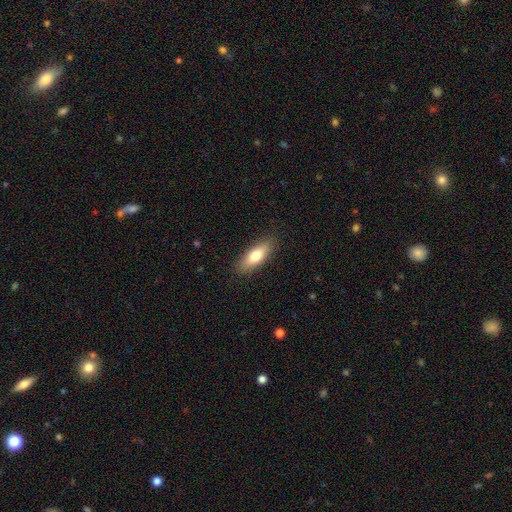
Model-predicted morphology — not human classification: A smooth galaxy with no disk features (73%) that is in between round and cigar-shaped (62%). Merging: none (87%).